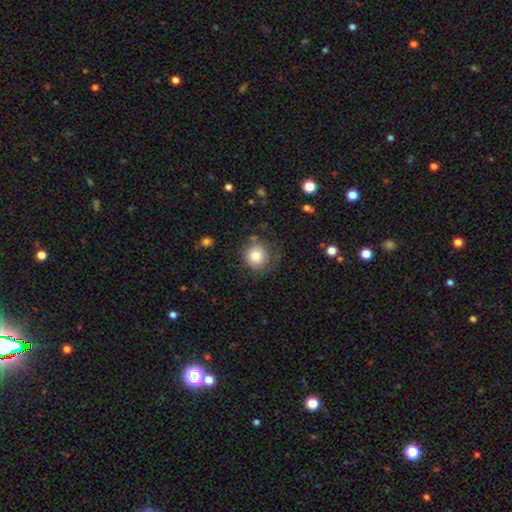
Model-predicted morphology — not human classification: A smooth galaxy with no disk features (81%) that is round (89%). Merging: none (68%).